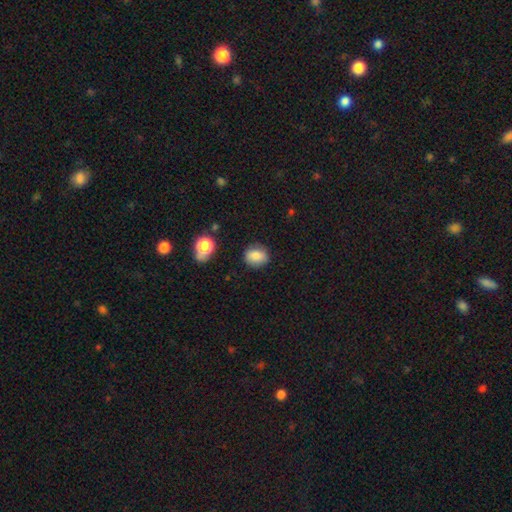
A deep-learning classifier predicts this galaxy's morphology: Smooth or featured? Predicted: smooth (p=0.82). How rounded? Predicted: round (p=0.63). Merging? Predicted: none (p=0.80).